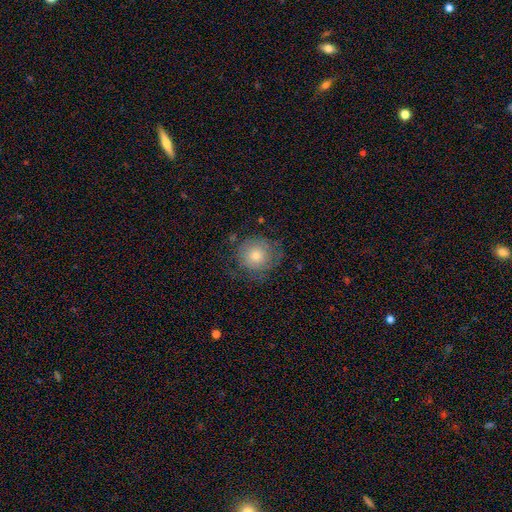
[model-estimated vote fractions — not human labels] Q: Smooth or featured?
A: smooth (65%); runner-up: featured or disk (25%)
Q: How rounded?
A: round (92%); runner-up: in between (7%)
Q: Merging?
A: none (70%); runner-up: minor disturbance (19%)